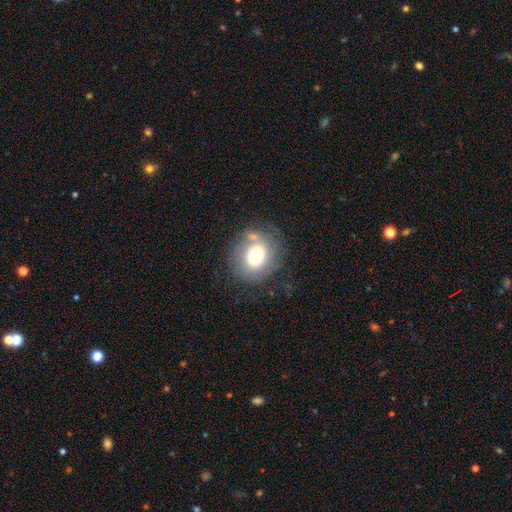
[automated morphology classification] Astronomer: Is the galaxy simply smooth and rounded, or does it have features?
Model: smooth — 59%.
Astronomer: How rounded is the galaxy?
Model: round — 70%.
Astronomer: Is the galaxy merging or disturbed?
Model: none — 61%.